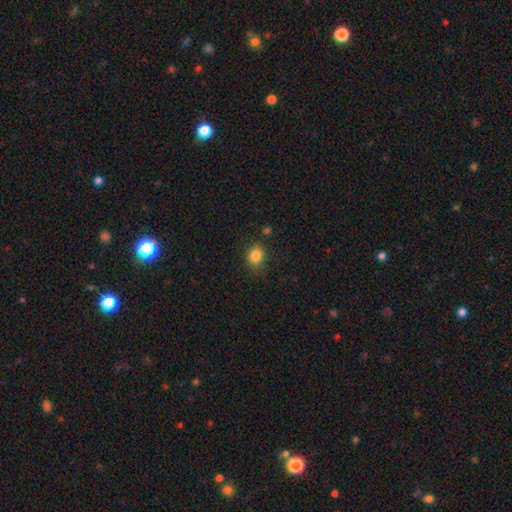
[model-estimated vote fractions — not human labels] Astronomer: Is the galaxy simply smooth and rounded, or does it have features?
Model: smooth — 84%.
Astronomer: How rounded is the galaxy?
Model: round — 57% (runner-up: in between, 42%).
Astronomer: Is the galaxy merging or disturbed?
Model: none — 79%.